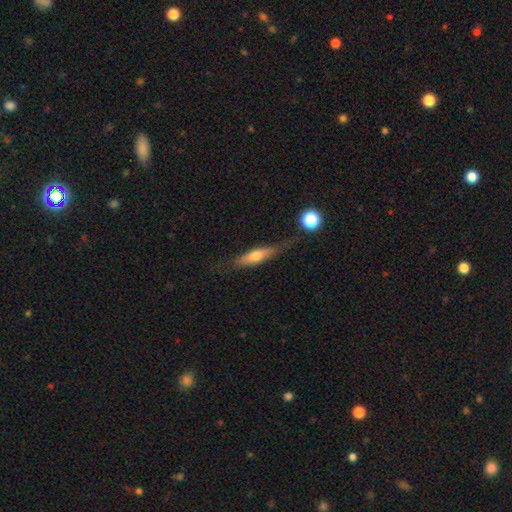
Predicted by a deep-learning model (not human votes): smooth-or-featured: smooth: 55% | featured or disk: 38% | star or artifact: 7%
  how-rounded: cigar-shaped: 67% | in between: 30% | round: 3%
  merging: none: 68% | minor disturbance: 21% | major disturbance: 8% | merger: 4%